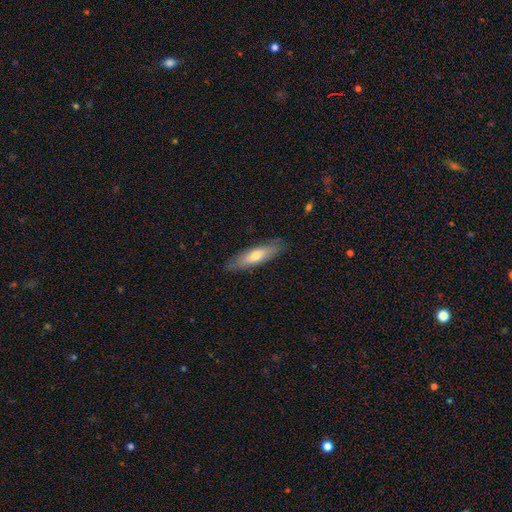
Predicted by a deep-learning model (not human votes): The model was most divided on "smooth or featured": smooth: 61%, featured or disk: 33%, star or artifact: 6%. More confident: merging — none (86%); how rounded — cigar-shaped (69%).